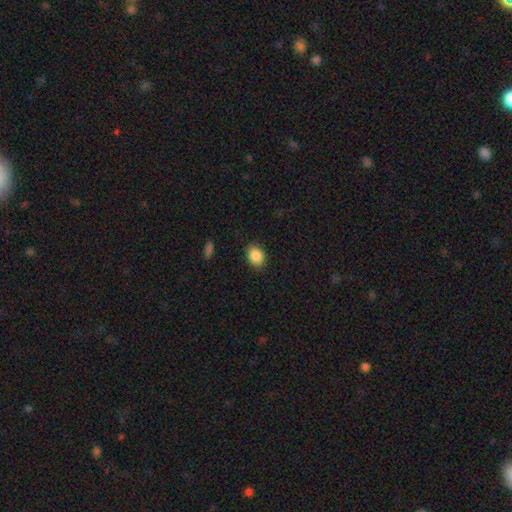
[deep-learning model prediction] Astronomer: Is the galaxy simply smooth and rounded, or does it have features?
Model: smooth — 88%.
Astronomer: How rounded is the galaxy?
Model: in between — 68%.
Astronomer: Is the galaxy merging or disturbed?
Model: none — 87%.